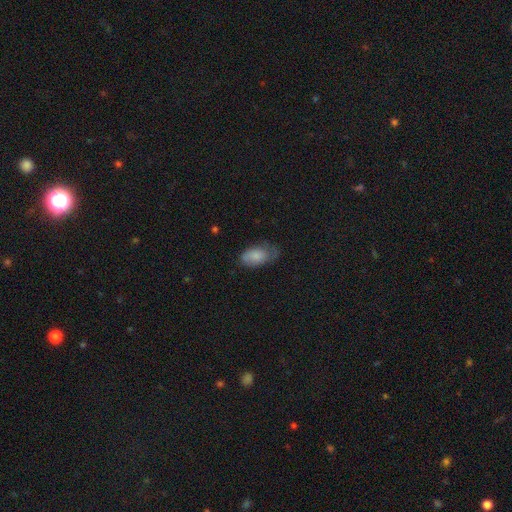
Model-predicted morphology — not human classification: smooth_or_featured: smooth (p=0.79) [alt: featured or disk p=0.14]
how_rounded: in between (p=0.93) [alt: round p=0.04]
merging: none (p=0.51) [alt: minor disturbance p=0.35]